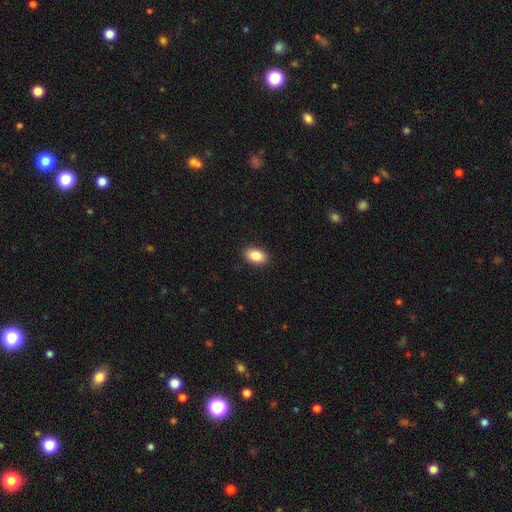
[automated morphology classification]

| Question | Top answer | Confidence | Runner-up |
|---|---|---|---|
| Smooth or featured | smooth | 87% | star or artifact (8%) |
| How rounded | in between | 90% | round (8%) |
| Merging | none | 90% | minor disturbance (7%) |